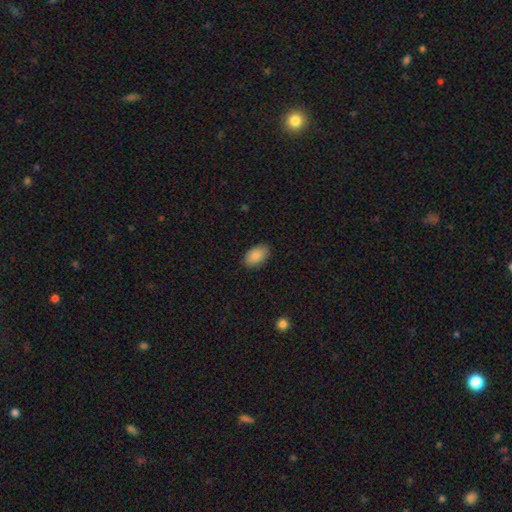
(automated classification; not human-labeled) smooth_or_featured: smooth (p=0.87) [alt: star or artifact p=0.07]
how_rounded: in between (p=0.93) [alt: round p=0.06]
merging: none (p=0.87) [alt: minor disturbance p=0.10]